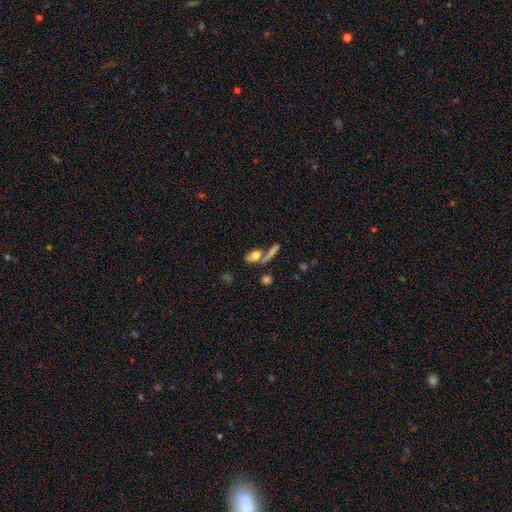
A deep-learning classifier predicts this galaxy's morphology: A smooth galaxy with no disk features (65%) that is in between round and cigar-shaped (60%).

Vote fractions:
- Smooth or featured? smooth: 65% / featured or disk: 24% / star or artifact: 11%
- How rounded? in between: 60% / cigar-shaped: 20% / round: 20%
- Merging? none: 44% / merger: 34% / minor disturbance: 12% / major disturbance: 10%